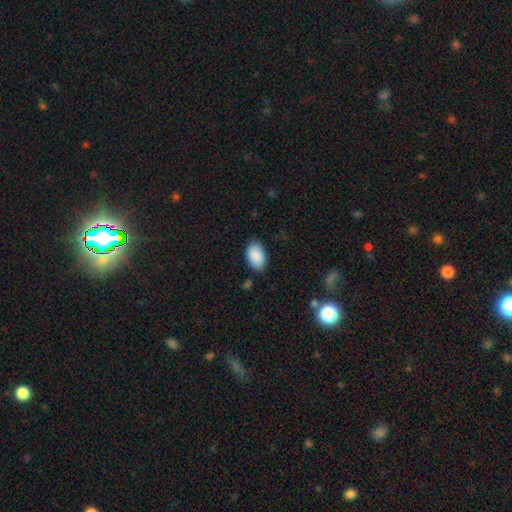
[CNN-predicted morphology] This is clearly a smooth galaxy (90%). How rounded: clearly in between (93%). Merging: clearly none (83%).